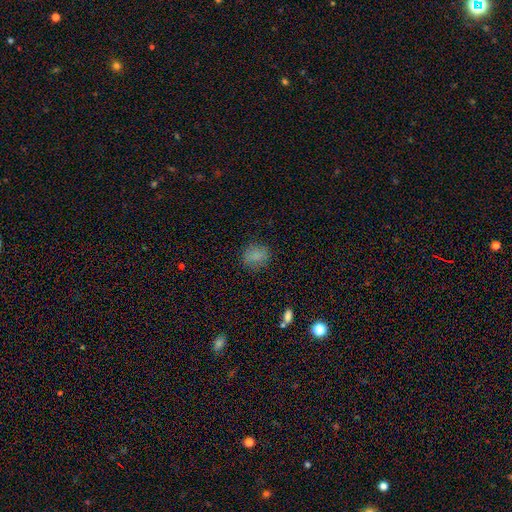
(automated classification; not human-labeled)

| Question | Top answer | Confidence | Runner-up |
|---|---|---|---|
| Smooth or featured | smooth | 80% | star or artifact (13%) |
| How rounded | round | 65% | in between (34%) |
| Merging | none | 81% | minor disturbance (14%) |